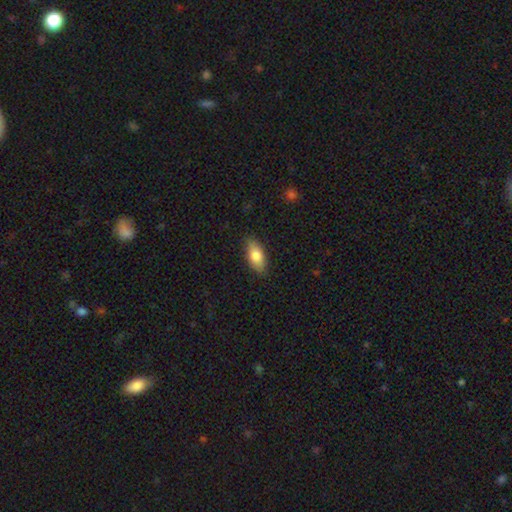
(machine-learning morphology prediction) smooth 79%, featured or disk 15%, star or artifact 6%. Down the decision tree: how rounded — in between (86%); merging — none (86%).